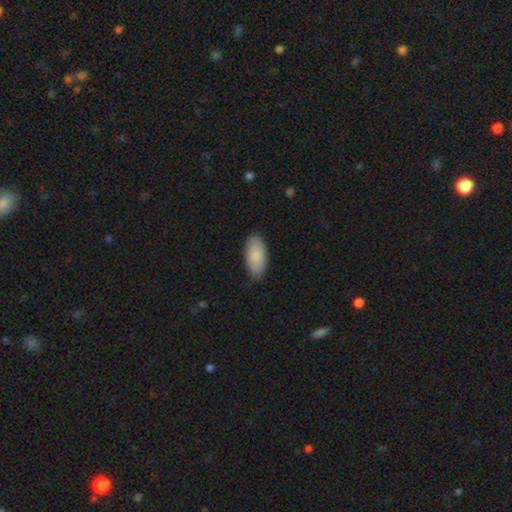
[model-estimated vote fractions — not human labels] A smooth galaxy with no disk features (87%) that is in between round and cigar-shaped (92%).

Vote fractions:
- Smooth or featured? smooth: 87% / featured or disk: 7% / star or artifact: 6%
- How rounded? in between: 92% / cigar-shaped: 6% / round: 2%
- Merging? none: 82% / minor disturbance: 15% / major disturbance: 3% / merger: 1%